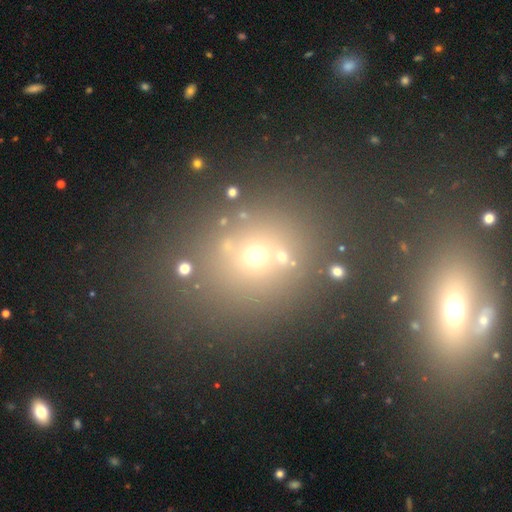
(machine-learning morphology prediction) Smooth or featured? Predicted: smooth (p=0.47). Merging? Predicted: none (p=0.62).